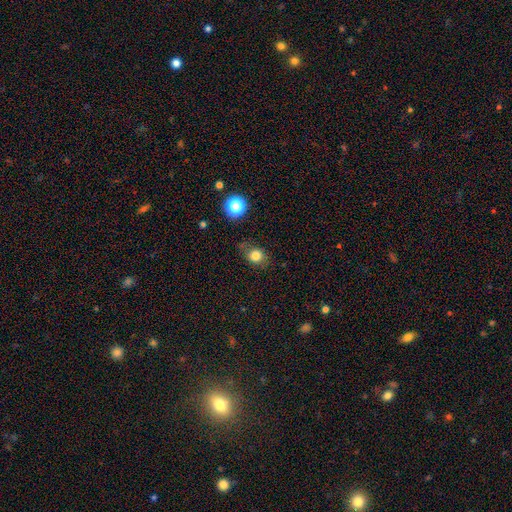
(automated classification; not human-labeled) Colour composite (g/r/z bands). It shows a smooth galaxy with no disk features (80%) that is round (62%). Merging: none (70%).